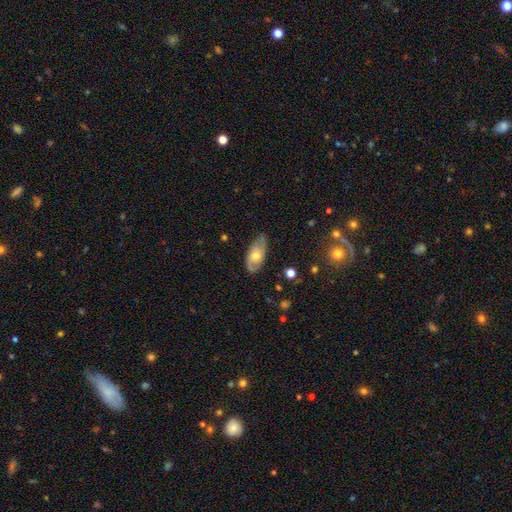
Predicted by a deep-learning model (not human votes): This appears to be a featured or disk galaxy (55%). Merging: none (72%).